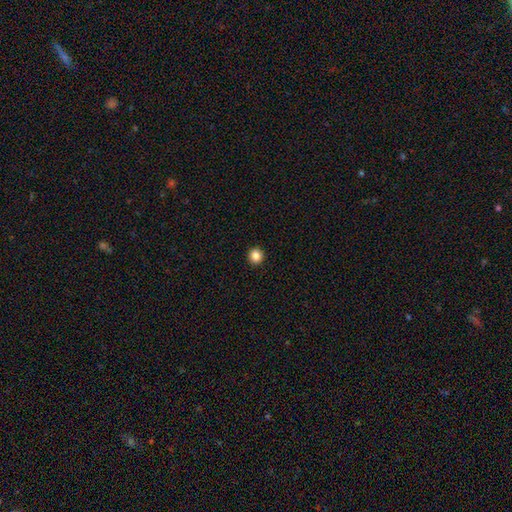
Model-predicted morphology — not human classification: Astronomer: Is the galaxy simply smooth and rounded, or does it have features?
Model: smooth — 85%.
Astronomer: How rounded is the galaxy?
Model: round — 94%.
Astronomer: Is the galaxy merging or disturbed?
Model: none — 94%.